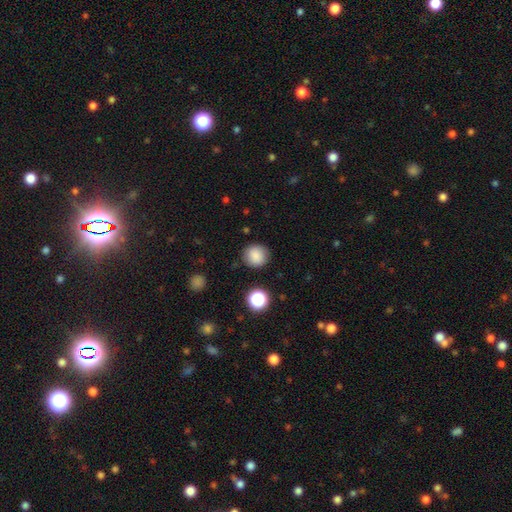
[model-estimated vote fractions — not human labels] Overall: smooth (85%). How rounded: round (91%). Merging: none (87%).